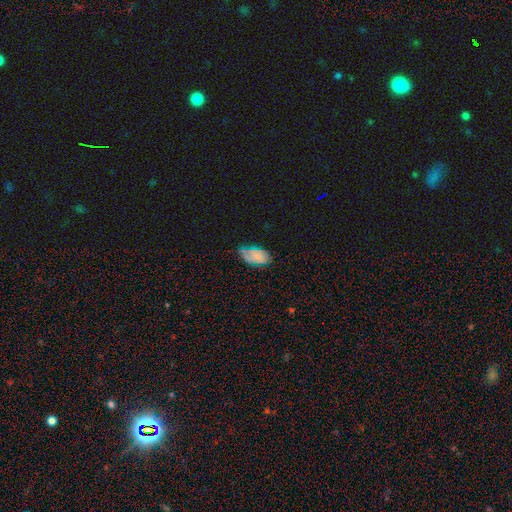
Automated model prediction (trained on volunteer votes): Smooth or featured: smooth — 62% (featured or disk — 20%)
How rounded: in between — 93% (round — 5%)
Merging: none — 60% (minor disturbance — 29%)